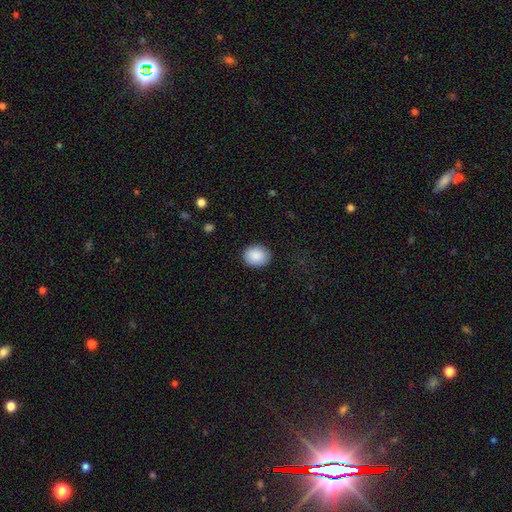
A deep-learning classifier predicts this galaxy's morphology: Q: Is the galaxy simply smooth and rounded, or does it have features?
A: smooth — 89%.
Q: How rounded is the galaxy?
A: round — 52%.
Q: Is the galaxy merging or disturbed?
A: none — 88%.